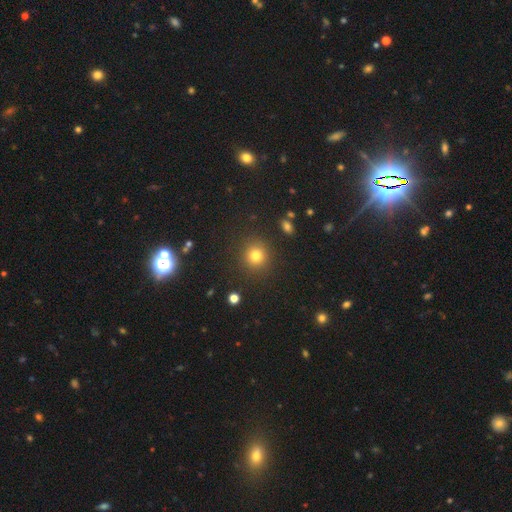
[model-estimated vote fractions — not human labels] Smooth or featured? smooth (79%)
How rounded? round (91%)
Merging? none (89%)